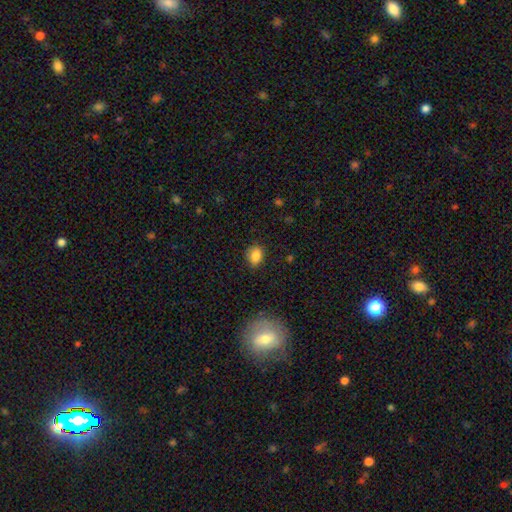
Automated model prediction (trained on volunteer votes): smooth-or-featured: smooth: 85% | star or artifact: 9% | featured or disk: 5%
  how-rounded: in between: 63% | round: 36% | cigar-shaped: 1%
  merging: none: 80% | minor disturbance: 15% | major disturbance: 3% | merger: 1%